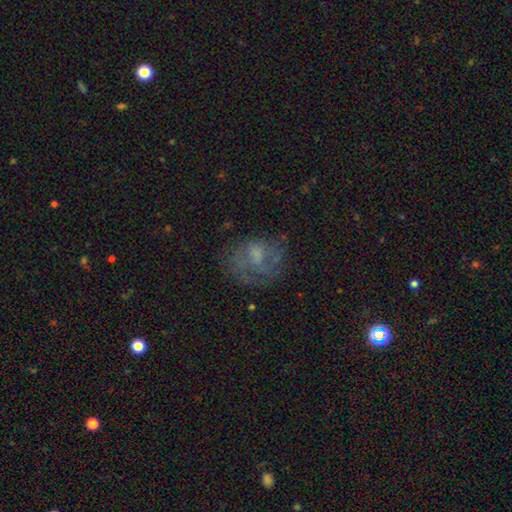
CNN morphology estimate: The model was most divided on "smooth or featured": featured or disk: 48%, smooth: 39%, star or artifact: 12%. More confident: merging — none (51%).